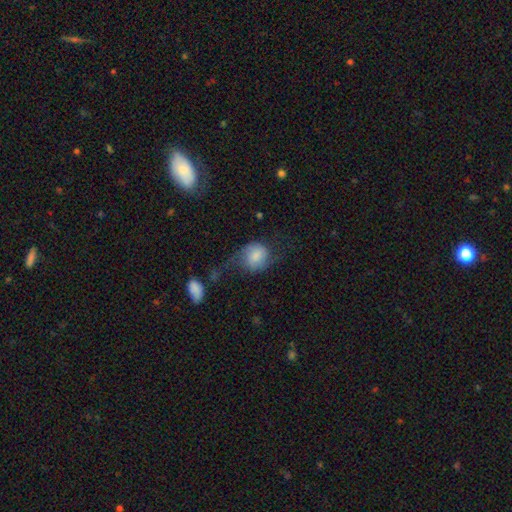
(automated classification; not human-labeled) Smooth or featured?
  - smooth: 59% *
  - featured or disk: 33%
  - star or artifact: 8%
How rounded?
  - round: 69% *
  - in between: 29%
  - cigar-shaped: 1%
Merging?
  - none: 37% *
  - major disturbance: 32%
  - minor disturbance: 24%
  - merger: 7%